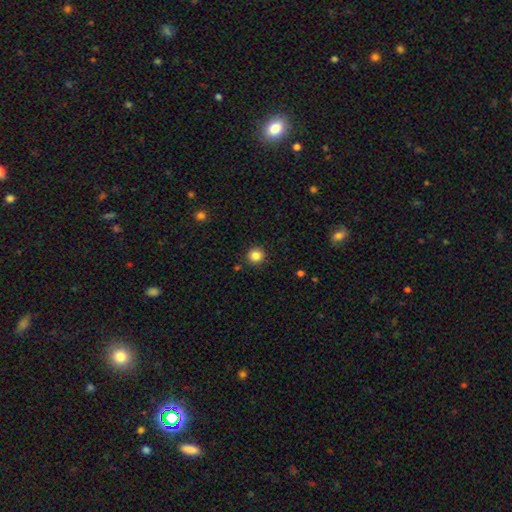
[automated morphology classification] Smooth or featured: smooth — 85% (star or artifact — 11%)
How rounded: round — 94% (in between — 5%)
Merging: none — 91% (minor disturbance — 6%)